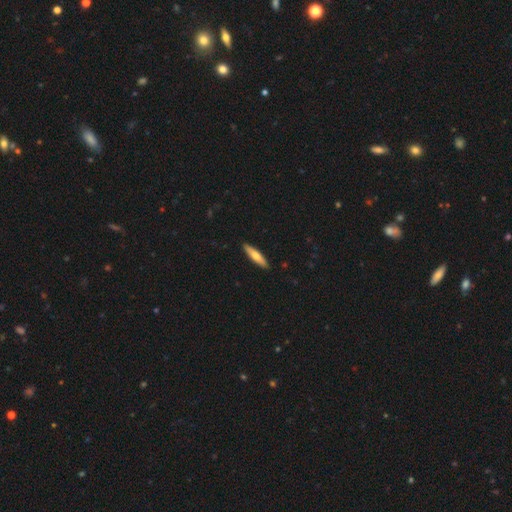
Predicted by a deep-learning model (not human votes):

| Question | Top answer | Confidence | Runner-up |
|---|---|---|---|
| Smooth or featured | smooth | 62% | featured or disk (33%) |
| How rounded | cigar-shaped | 79% | in between (19%) |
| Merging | none | 91% | minor disturbance (6%) |